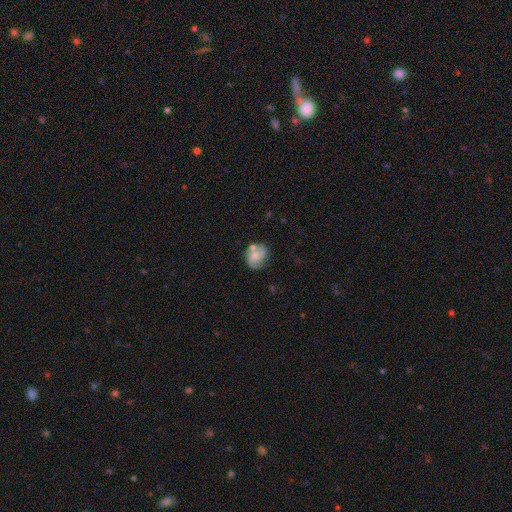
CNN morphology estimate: A featured or disk galaxy (60%) with no bar (71%), spiral arms (85%) and a small central bulge (39%).

Vote fractions:
- Smooth or featured? featured or disk: 60% / smooth: 32% / star or artifact: 8%
- Edge-on disk? no: 98% / yes: 2%
- Bar? no: 71% / weak: 25% / strong: 4%
- Spiral arms? yes: 85% / no: 15%
- Bulge size? small: 39% / moderate: 34% / none: 20% / large: 6% / dominant: 2%
- Merging? none: 51% / minor disturbance: 22% / merger: 16% / major disturbance: 11%